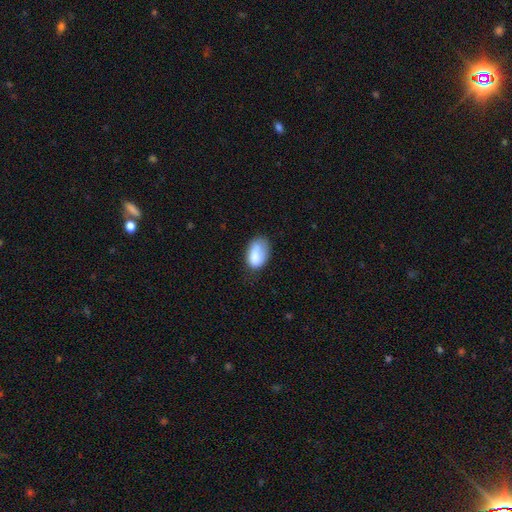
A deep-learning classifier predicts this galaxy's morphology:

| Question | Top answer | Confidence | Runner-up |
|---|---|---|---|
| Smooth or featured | smooth | 84% | featured or disk (9%) |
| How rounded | in between | 92% | round (6%) |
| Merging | none | 59% | minor disturbance (30%) |